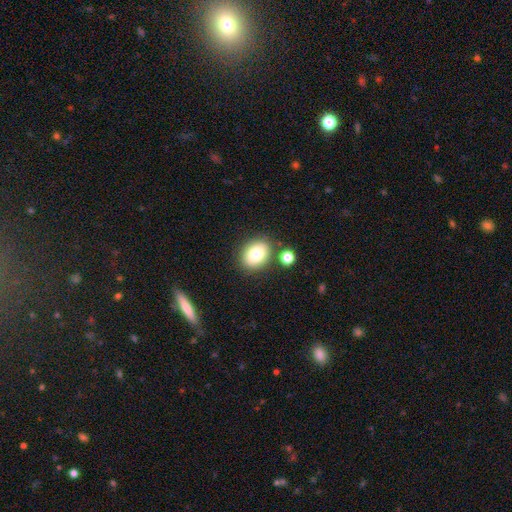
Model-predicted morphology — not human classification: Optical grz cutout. It shows a smooth galaxy with no disk features (79%) that is in between round and cigar-shaped (59%). Merging: none (80%).